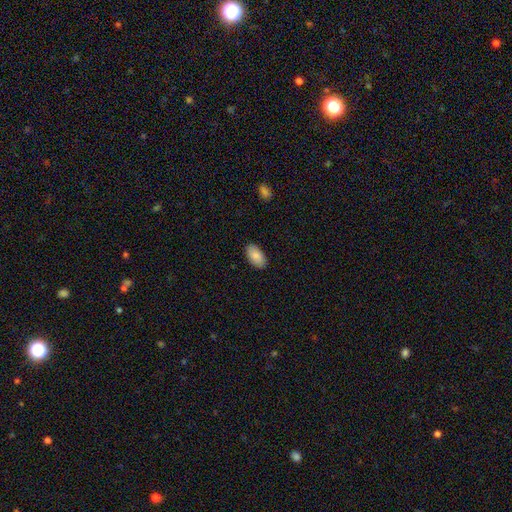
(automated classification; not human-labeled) Smooth or featured? Predicted: smooth (p=0.87). How rounded? Predicted: in between (p=0.95). Merging? Predicted: none (p=0.88).